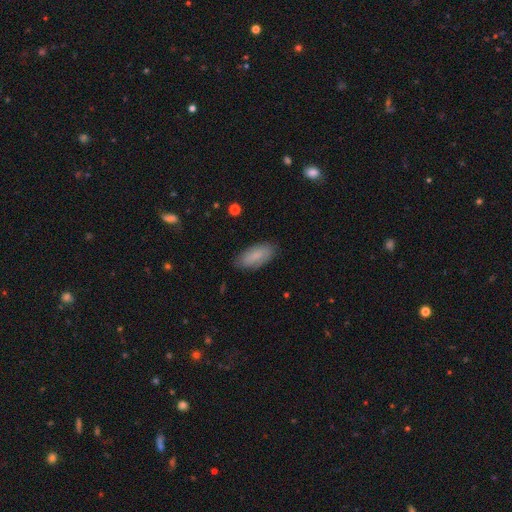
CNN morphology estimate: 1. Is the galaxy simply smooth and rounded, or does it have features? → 79% smooth, 15% featured or disk, 6% star or artifact.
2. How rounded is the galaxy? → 86% in between, 12% cigar-shaped, 2% round.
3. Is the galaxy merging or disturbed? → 81% none, 15% minor disturbance, 3% major disturbance, 1% merger.